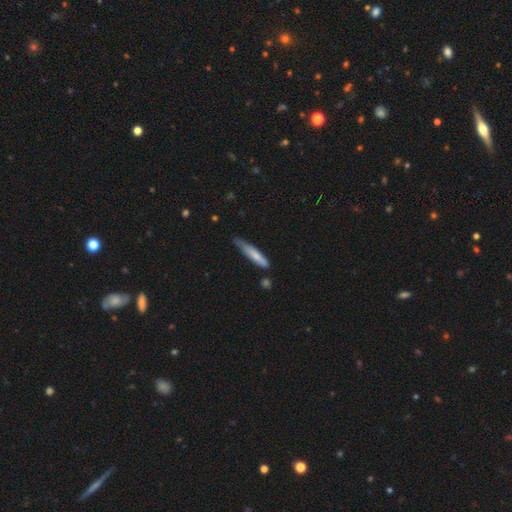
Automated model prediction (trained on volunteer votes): smooth-or-featured: smooth: 71% | featured or disk: 24% | star or artifact: 6%
  how-rounded: cigar-shaped: 89% | in between: 10% | round: 1%
  merging: none: 49% | minor disturbance: 39% | major disturbance: 8% | merger: 4%